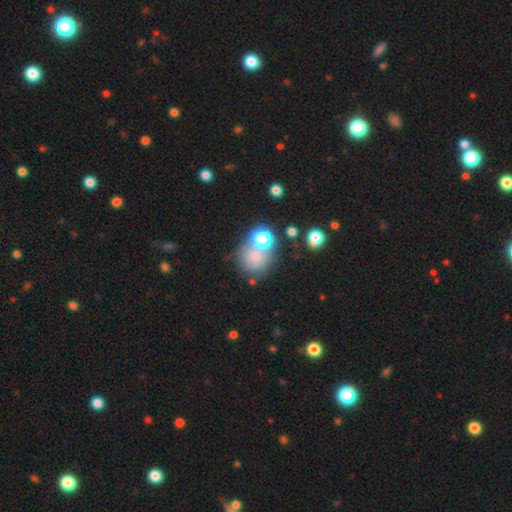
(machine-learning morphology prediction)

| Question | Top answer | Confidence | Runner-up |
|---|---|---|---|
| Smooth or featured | smooth | 66% | star or artifact (19%) |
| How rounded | round | 84% | in between (15%) |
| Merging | none | 51% | merger (26%) |